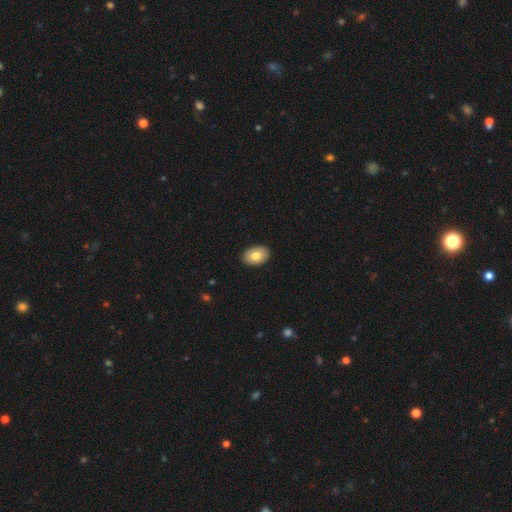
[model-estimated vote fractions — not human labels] Smooth or featured: smooth — 80% (featured or disk — 14%)
How rounded: in between — 87% (round — 12%)
Merging: none — 90% (minor disturbance — 7%)